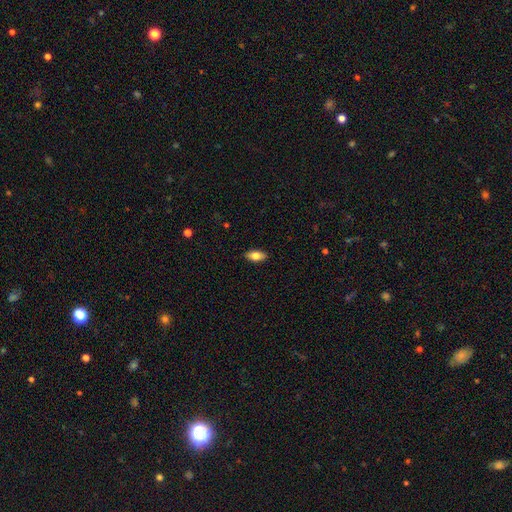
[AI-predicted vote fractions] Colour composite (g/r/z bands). It shows a smooth galaxy with no disk features (80%) that is in between round and cigar-shaped (90%). Merging: none (89%).